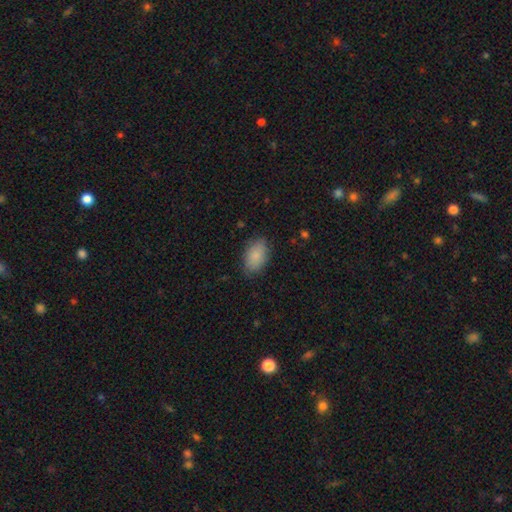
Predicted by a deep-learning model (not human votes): Smooth or featured: smooth — 86% (featured or disk — 7%)
How rounded: in between — 92% (round — 7%)
Merging: none — 82% (minor disturbance — 14%)